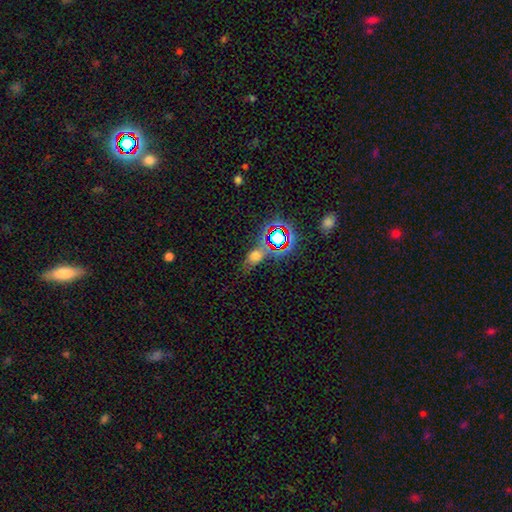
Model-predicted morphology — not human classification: A smooth galaxy with no disk features (50%) that is in between round and cigar-shaped (66%). Merging: none (53%).